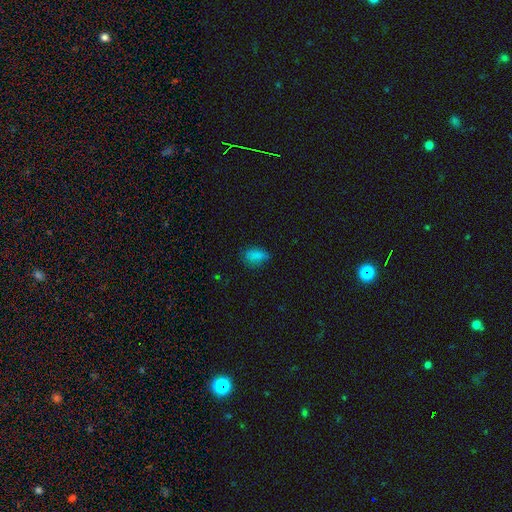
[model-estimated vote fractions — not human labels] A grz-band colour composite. It shows a smooth galaxy with no disk features (82%) that is in between round and cigar-shaped (86%). Merging: none (67%).